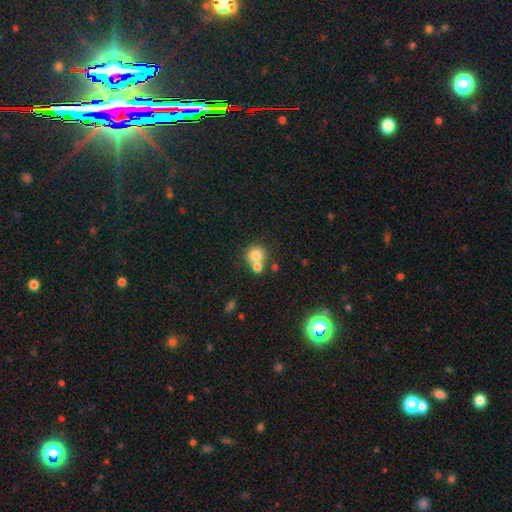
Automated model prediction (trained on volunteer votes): smooth 78%, featured or disk 11%, star or artifact 11%. Down the decision tree: how rounded — round (86%); merging — none (45%).